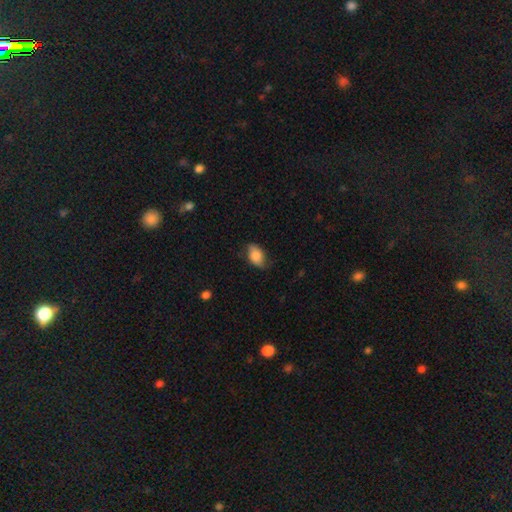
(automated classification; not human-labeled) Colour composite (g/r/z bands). It shows a smooth galaxy with no disk features (79%) that is in between round and cigar-shaped (89%). Merging: none (71%).